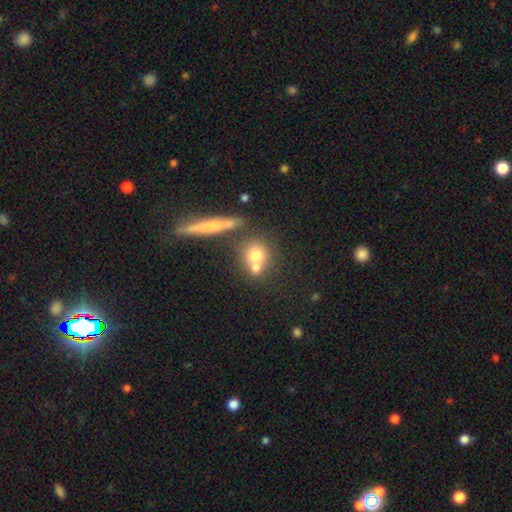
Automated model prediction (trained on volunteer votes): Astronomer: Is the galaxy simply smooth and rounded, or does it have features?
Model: smooth — 69%.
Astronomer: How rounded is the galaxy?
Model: round — 74%.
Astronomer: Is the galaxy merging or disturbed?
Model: none — 44% (runner-up: merger, 42%).